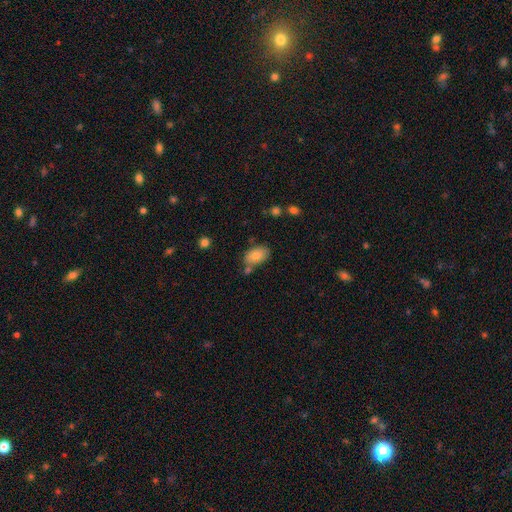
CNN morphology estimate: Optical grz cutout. It shows a smooth galaxy with no disk features (84%) that is in between round and cigar-shaped (92%). Merging: none (62%).